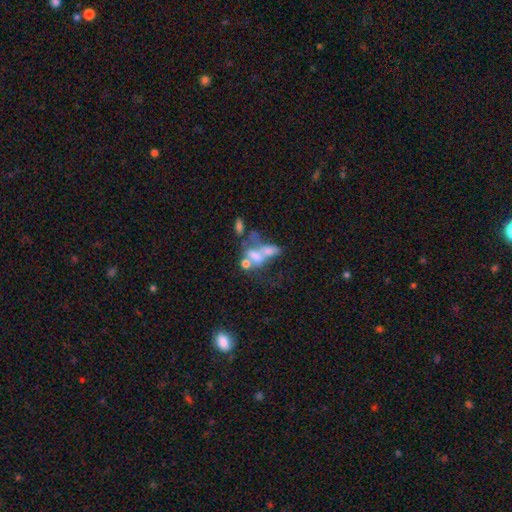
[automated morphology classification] Smooth or featured? Predicted: featured or disk (p=0.43). Merging? Predicted: merger (p=0.58).